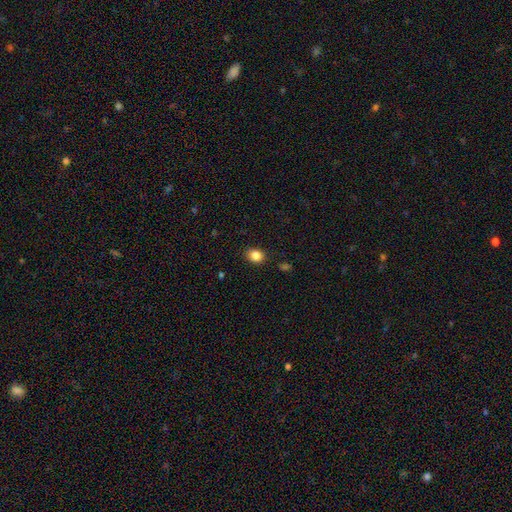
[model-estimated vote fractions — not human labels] Smooth or featured?
  - smooth: 85% *
  - star or artifact: 10%
  - featured or disk: 5%
How rounded?
  - in between: 50% *
  - round: 49%
  - cigar-shaped: 1%
Merging?
  - none: 88% *
  - minor disturbance: 9%
  - major disturbance: 2%
  - merger: 1%